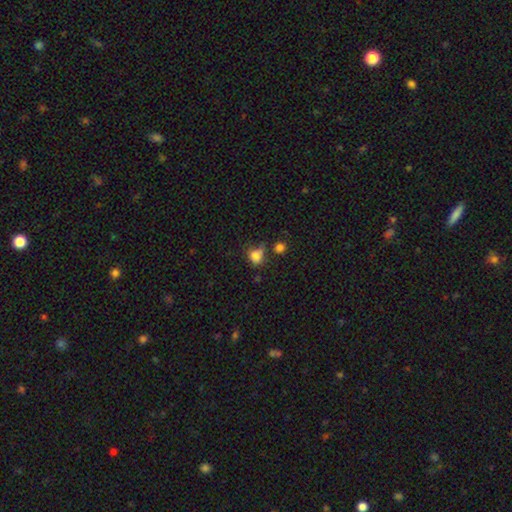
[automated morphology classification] smooth-or-featured: smooth: 78% | star or artifact: 13% | featured or disk: 9%
  how-rounded: round: 55% | in between: 43% | cigar-shaped: 2%
  merging: none: 42% | minor disturbance: 28% | major disturbance: 16% | merger: 15%